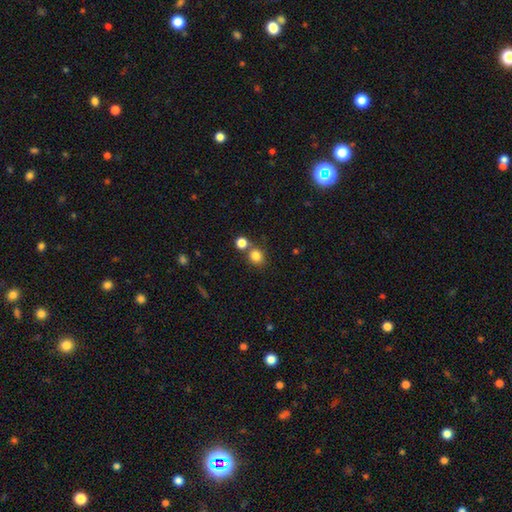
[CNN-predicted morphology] Smooth or featured?
  - smooth: 82% *
  - star or artifact: 12%
  - featured or disk: 6%
How rounded?
  - round: 79% *
  - in between: 20%
  - cigar-shaped: 1%
Merging?
  - none: 65% *
  - merger: 23%
  - minor disturbance: 9%
  - major disturbance: 3%